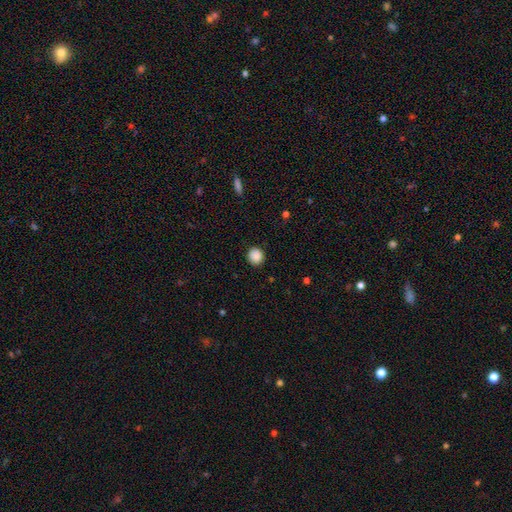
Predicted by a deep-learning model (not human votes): This is clearly a smooth galaxy (88%). How rounded: clearly round (90%). Merging: clearly none (90%).